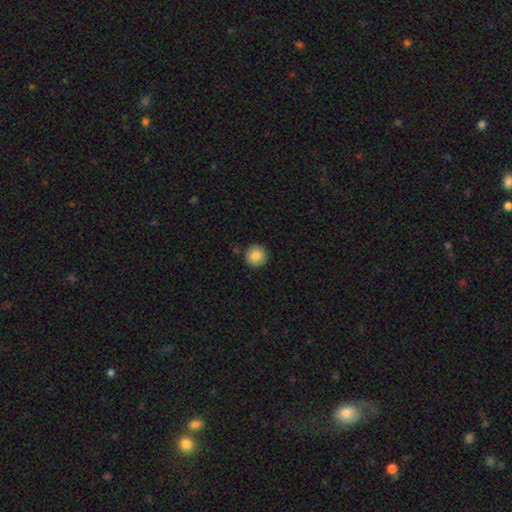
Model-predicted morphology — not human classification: This is clearly a smooth galaxy (87%). How rounded: clearly round (94%). Merging: clearly none (90%).